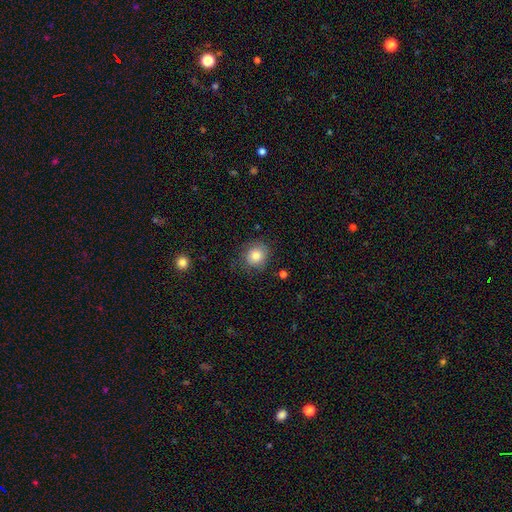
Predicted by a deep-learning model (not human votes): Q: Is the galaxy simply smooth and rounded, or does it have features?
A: smooth — 79%.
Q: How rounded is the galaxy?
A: round — 83%.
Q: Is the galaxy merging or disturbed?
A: none — 73%.